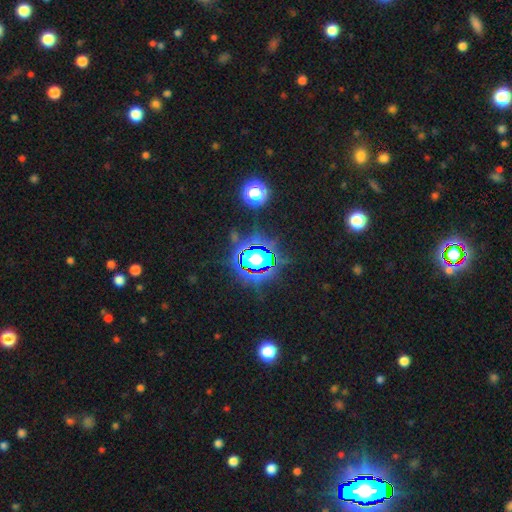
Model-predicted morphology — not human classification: This is likely a star or artifact rather than a galaxy (69%).